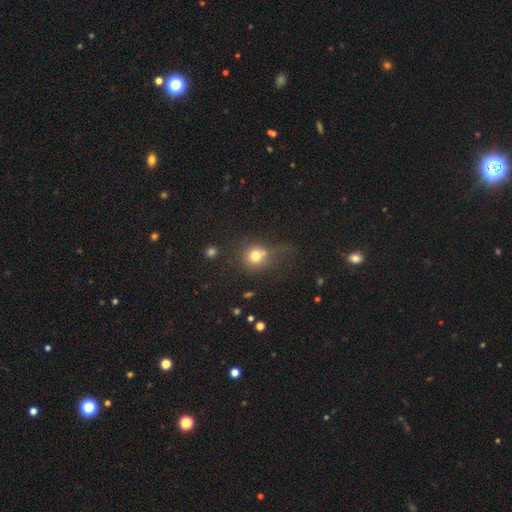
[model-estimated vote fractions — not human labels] smooth 74%, star or artifact 14%, featured or disk 12%. Down the decision tree: how rounded — round (86%); merging — none (49%).